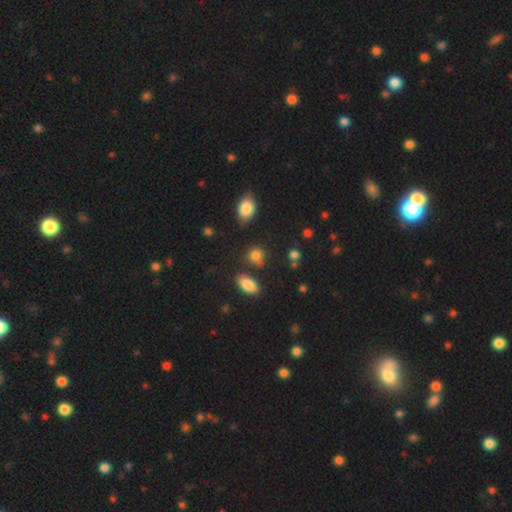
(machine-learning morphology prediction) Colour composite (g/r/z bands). It shows a smooth galaxy with no disk features (84%) that is round (70%). Merging: none (73%).